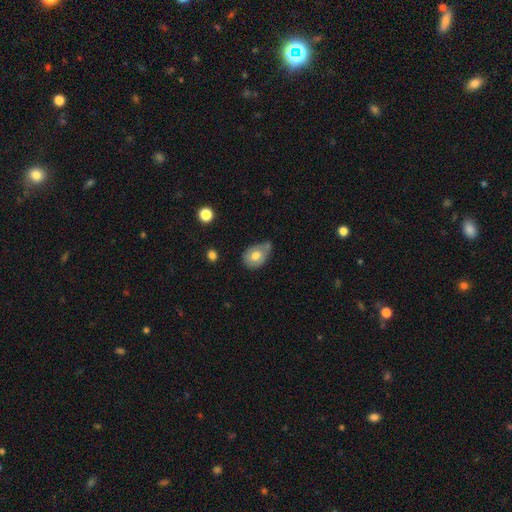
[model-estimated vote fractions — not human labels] A smooth galaxy with no disk features (62%) that is in between round and cigar-shaped (71%).

Vote fractions:
- Smooth or featured? smooth: 62% / featured or disk: 31% / star or artifact: 7%
- How rounded? in between: 71% / round: 28% / cigar-shaped: 1%
- Merging? minor disturbance: 40% (tied) / none: 40% (tied) / major disturbance: 11% / merger: 9%